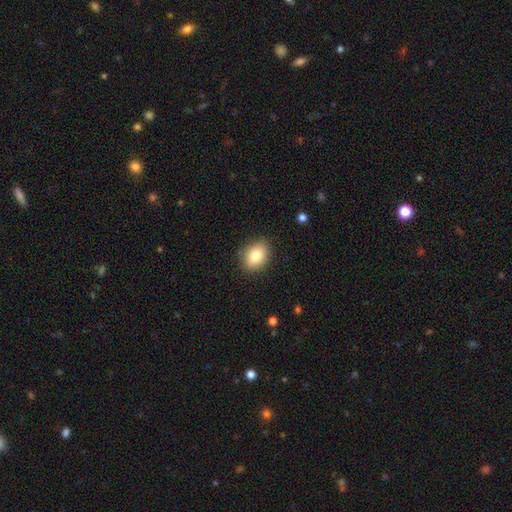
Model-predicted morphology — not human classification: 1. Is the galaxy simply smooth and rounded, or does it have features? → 83% smooth, 9% featured or disk, 8% star or artifact.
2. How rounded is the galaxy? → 77% in between, 22% round, 1% cigar-shaped.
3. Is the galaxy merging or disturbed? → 86% none, 11% minor disturbance, 3% major disturbance, 1% merger.